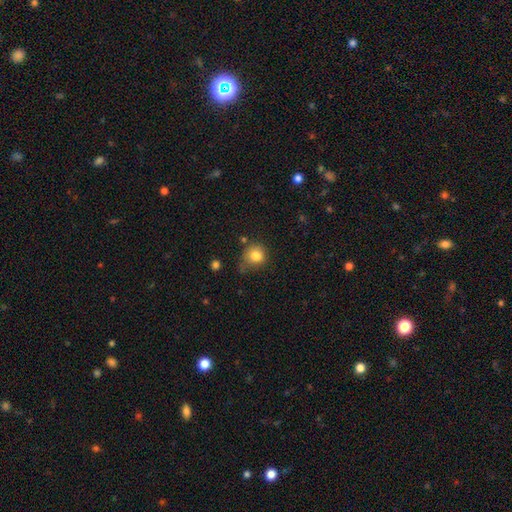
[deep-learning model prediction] Overall: smooth (82%). How rounded: round (82%). Merging: none (58%; minor disturbance 28%).